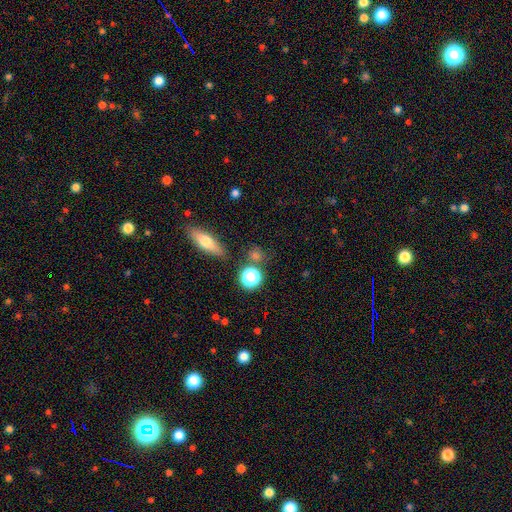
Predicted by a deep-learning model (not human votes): Morphology: type=smooth (64%); roundness=round (71%); merging=none (80%).